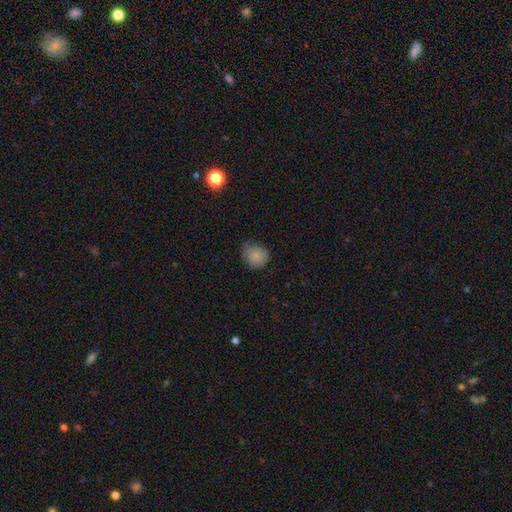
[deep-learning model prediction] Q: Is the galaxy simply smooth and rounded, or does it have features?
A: smooth — 84%.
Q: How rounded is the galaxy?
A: round — 80%.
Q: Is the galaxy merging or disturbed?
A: none — 69%.